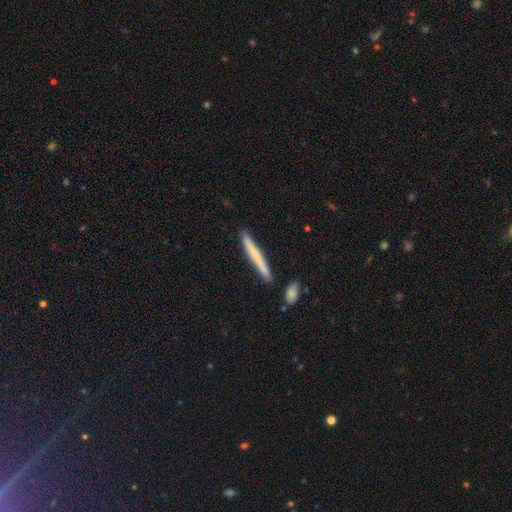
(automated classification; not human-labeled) smooth_or_featured: smooth (p=0.66) [alt: featured or disk p=0.29]
how_rounded: cigar-shaped (p=0.96) [alt: in between p=0.02]
merging: none (p=0.86) [alt: minor disturbance p=0.09]